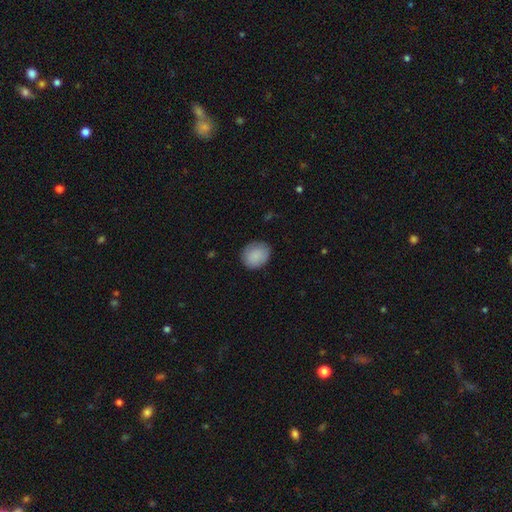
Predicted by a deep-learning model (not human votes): This is clearly a smooth galaxy (88%). How rounded: likely round (69%). Merging: clearly none (82%).